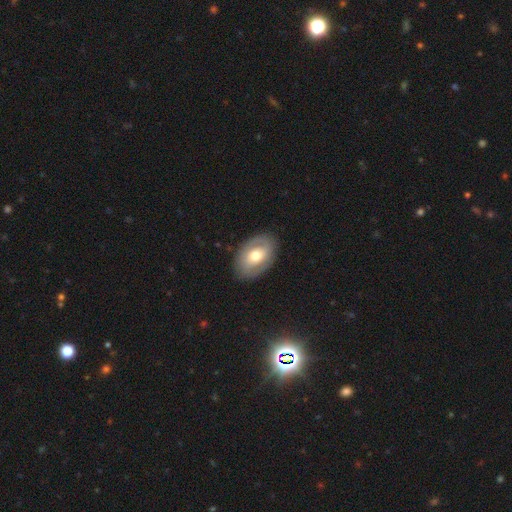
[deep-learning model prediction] Smooth or featured? Predicted: featured or disk (p=0.50). Edge-on disk? Predicted: no (p=0.92). Merging? Predicted: none (p=0.83).